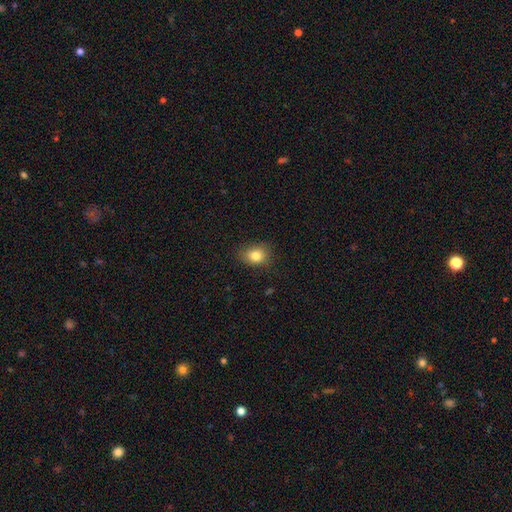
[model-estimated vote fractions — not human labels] This appears to be a smooth galaxy with no disk features (81%) that is round (50%). Merging: none (83%).